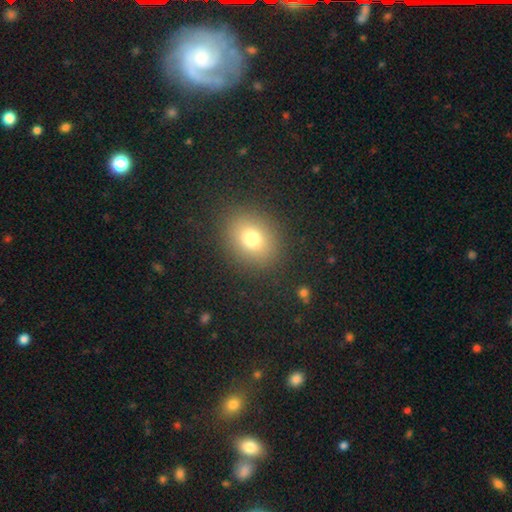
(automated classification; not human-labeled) Overall: smooth (74%). How rounded: round (55%; in between 44%). Merging: none (89%).